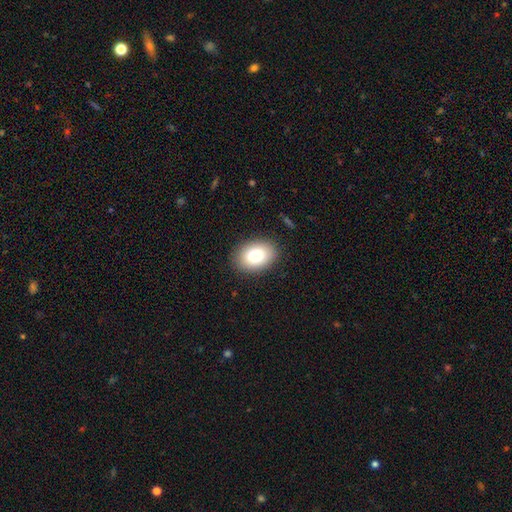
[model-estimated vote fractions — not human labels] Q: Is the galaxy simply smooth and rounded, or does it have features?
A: smooth — 81%.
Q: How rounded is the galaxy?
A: in between — 81%.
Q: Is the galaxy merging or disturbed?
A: none — 88%.